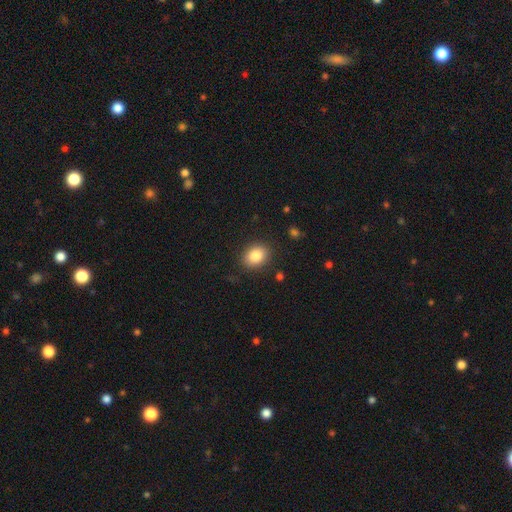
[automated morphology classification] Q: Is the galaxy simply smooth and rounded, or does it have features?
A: smooth — 85%.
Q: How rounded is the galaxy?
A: in between — 56%.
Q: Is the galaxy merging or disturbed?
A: none — 87%.